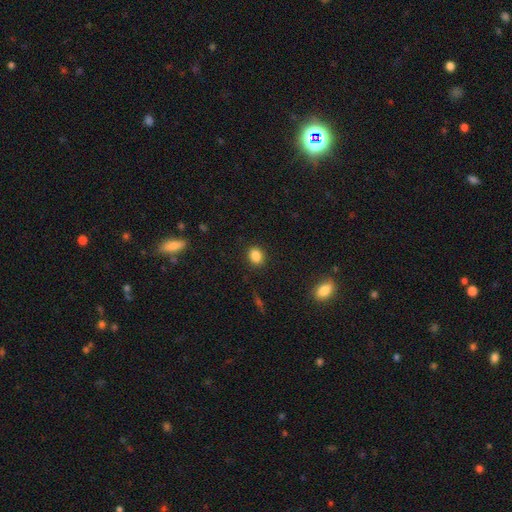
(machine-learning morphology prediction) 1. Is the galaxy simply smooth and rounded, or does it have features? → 86% smooth, 10% star or artifact, 4% featured or disk.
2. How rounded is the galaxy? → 52% in between, 47% round, 1% cigar-shaped.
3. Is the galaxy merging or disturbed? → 88% none, 8% minor disturbance, 2% major disturbance, 1% merger.